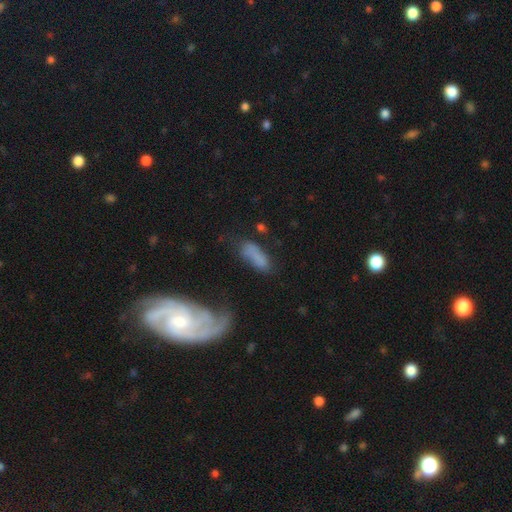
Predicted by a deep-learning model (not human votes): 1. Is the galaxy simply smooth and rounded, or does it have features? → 66% smooth, 24% featured or disk, 11% star or artifact.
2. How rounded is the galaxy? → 67% in between, 28% cigar-shaped, 4% round.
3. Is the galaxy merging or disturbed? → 48% none, 25% minor disturbance, 16% major disturbance, 10% merger.